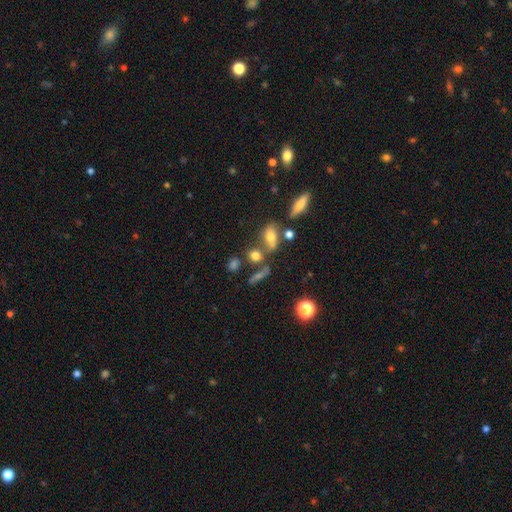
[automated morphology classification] Q: Smooth or featured?
A: smooth (65%); runner-up: featured or disk (18%)
Q: How rounded?
A: in between (55%); runner-up: round (32%)
Q: Merging?
A: none (52%); runner-up: merger (26%)